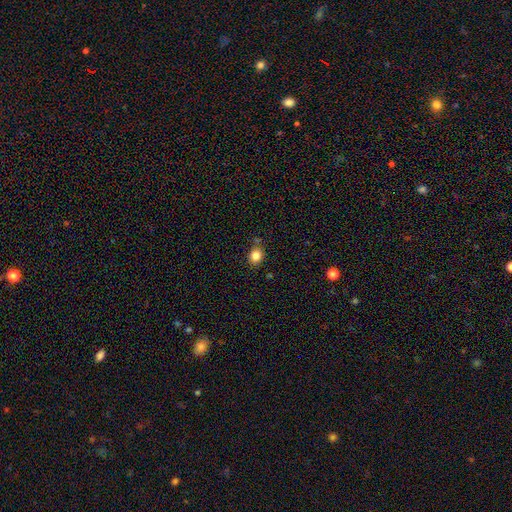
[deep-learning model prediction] Smooth or featured?
  - smooth: 84% *
  - star or artifact: 11%
  - featured or disk: 5%
How rounded?
  - round: 64% *
  - in between: 36%
  - cigar-shaped: 1%
Merging?
  - none: 78% *
  - minor disturbance: 13%
  - merger: 6%
  - major disturbance: 3%